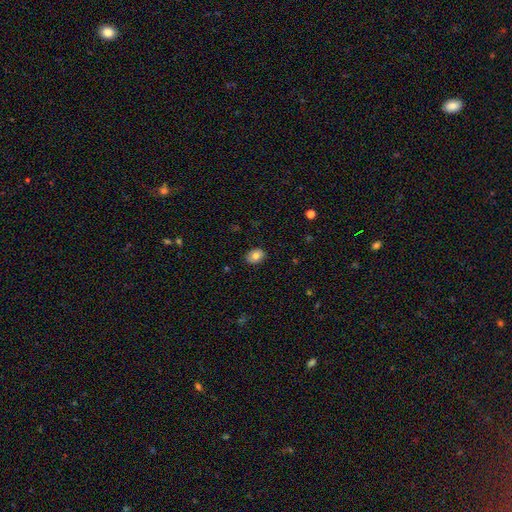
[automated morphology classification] Smooth or featured: smooth — 80% (featured or disk — 12%)
How rounded: in between — 68% (round — 31%)
Merging: none — 87% (minor disturbance — 10%)